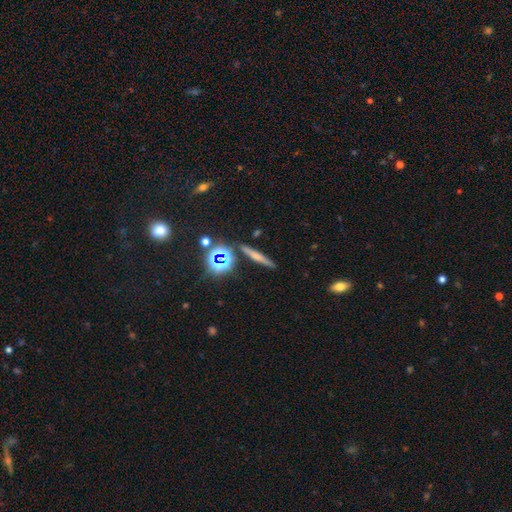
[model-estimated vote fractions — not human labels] smooth_or_featured: smooth (p=0.50) [alt: featured or disk p=0.30]
merging: none (p=0.85) [alt: minor disturbance p=0.08]